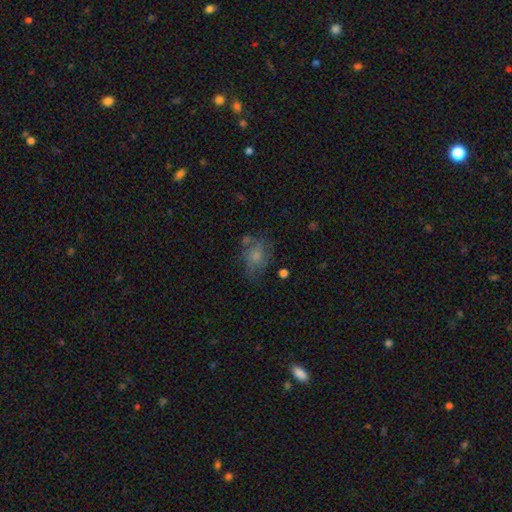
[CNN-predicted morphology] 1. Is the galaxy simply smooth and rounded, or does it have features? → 65% smooth, 23% featured or disk, 11% star or artifact.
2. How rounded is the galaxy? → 65% in between, 34% round, 2% cigar-shaped.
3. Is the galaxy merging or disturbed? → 48% none, 26% minor disturbance, 16% major disturbance, 10% merger.